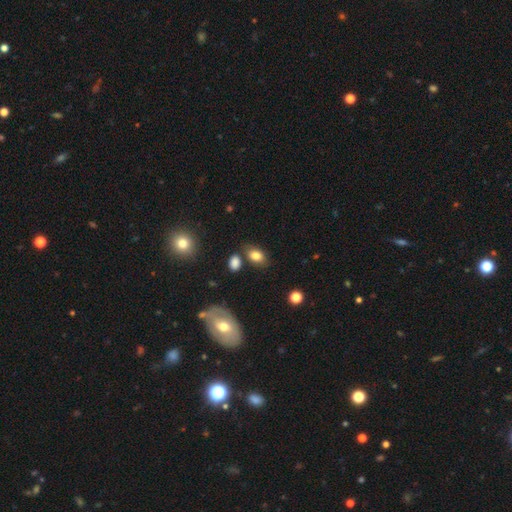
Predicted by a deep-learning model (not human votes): smooth 81%, star or artifact 10%, featured or disk 9%. Down the decision tree: how rounded — in between (83%); merging — none (71%).